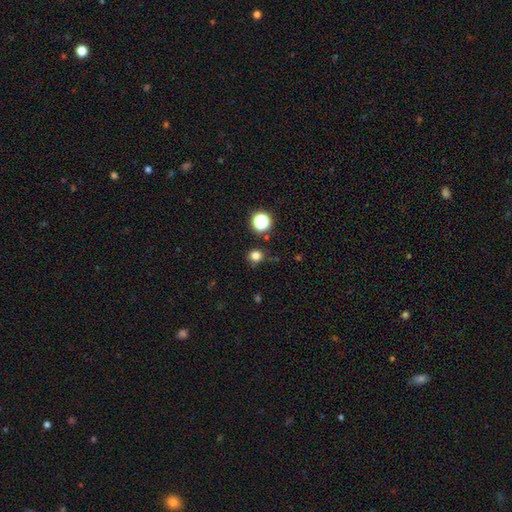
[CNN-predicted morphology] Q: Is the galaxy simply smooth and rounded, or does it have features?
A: smooth — 78%.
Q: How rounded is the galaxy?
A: round — 86%.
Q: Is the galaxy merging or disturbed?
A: none — 79%.